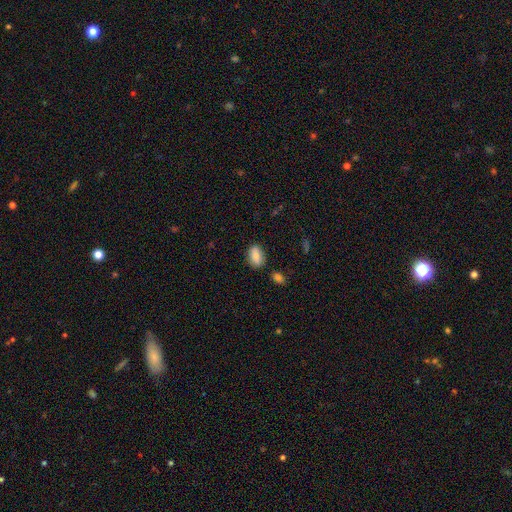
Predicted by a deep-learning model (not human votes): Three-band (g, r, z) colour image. It shows a smooth galaxy with no disk features (82%) that is in between round and cigar-shaped (87%). Merging: none (79%).